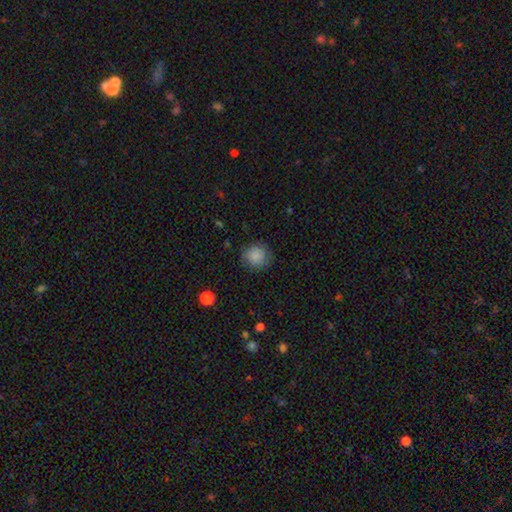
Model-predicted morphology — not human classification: Q: Smooth or featured?
A: smooth (84%); runner-up: star or artifact (9%)
Q: How rounded?
A: round (89%); runner-up: in between (10%)
Q: Merging?
A: none (82%); runner-up: minor disturbance (13%)